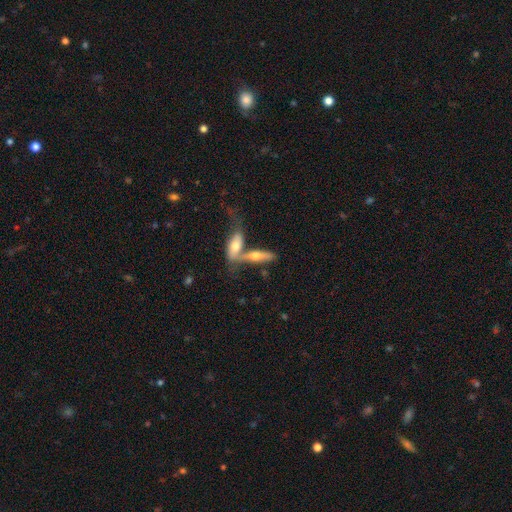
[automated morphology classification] Overall: smooth (50%; featured or disk 44%). Merging: merger (60%; none 27%).